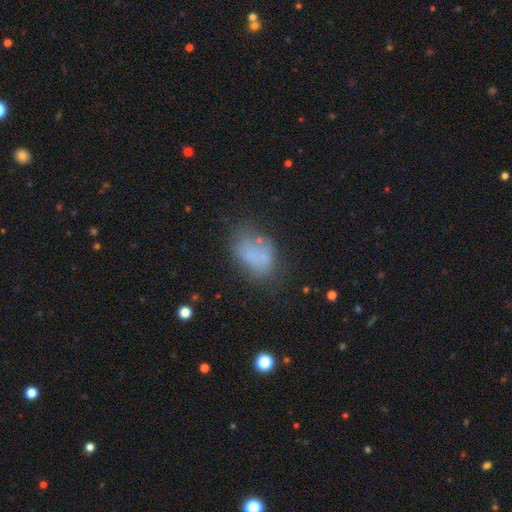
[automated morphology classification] The model was most divided on "merging": none: 46%, minor disturbance: 25%, major disturbance: 18%, merger: 11%. More confident: how rounded — in between (83%); smooth or featured — smooth (62%).